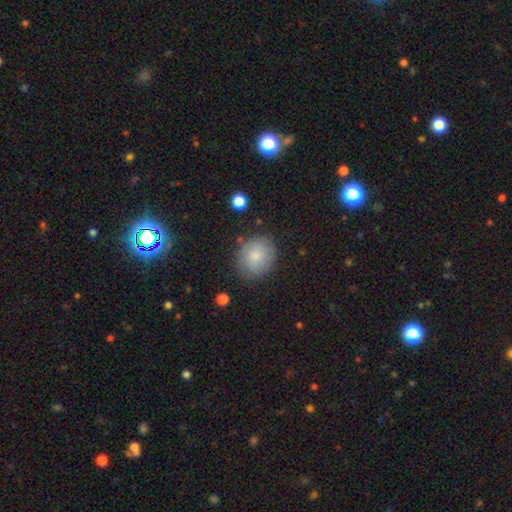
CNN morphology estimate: A smooth galaxy with no disk features (77%) that is round (70%).

Vote fractions:
- Smooth or featured? smooth: 77% / featured or disk: 15% / star or artifact: 8%
- How rounded? round: 70% / in between: 29% / cigar-shaped: 1%
- Merging? none: 79% / minor disturbance: 15% / major disturbance: 4% / merger: 2%